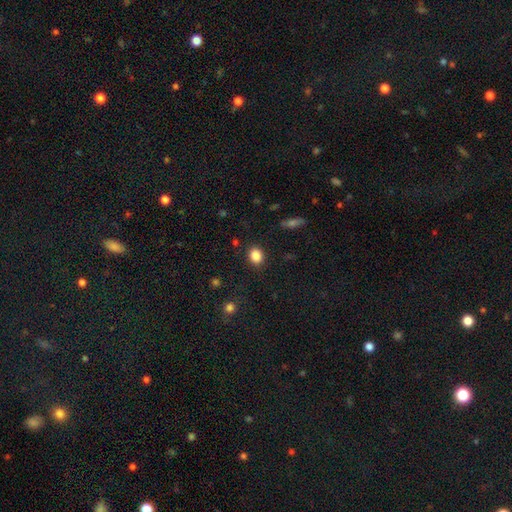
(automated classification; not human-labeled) Smooth or featured? smooth (86%)
How rounded? in between (51%)
Merging? none (87%)